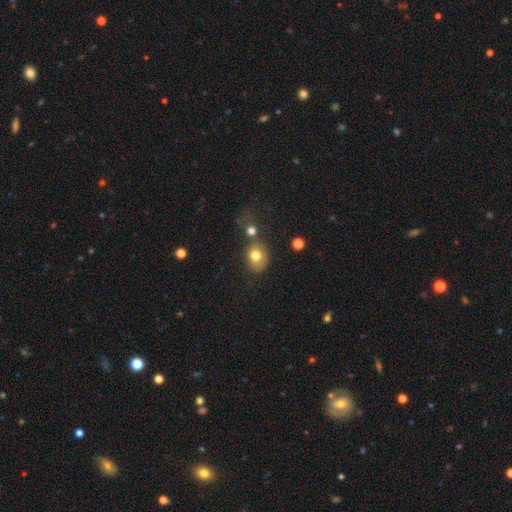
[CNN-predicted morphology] type=smooth (77%); roundness=in between (52%); merging=none (56%).